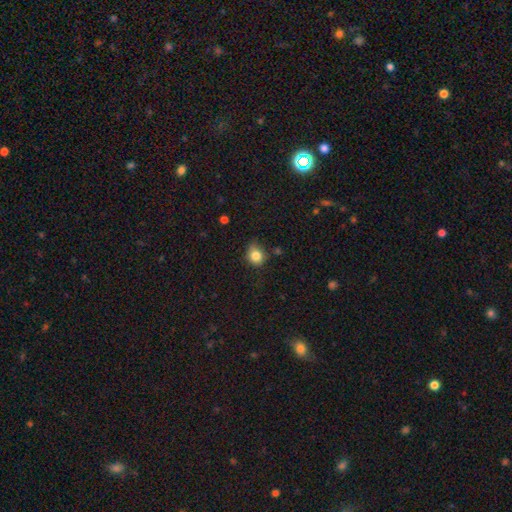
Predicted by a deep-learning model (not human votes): This is clearly a smooth galaxy (83%). How rounded: likely round (73%). Merging: likely none (65%).